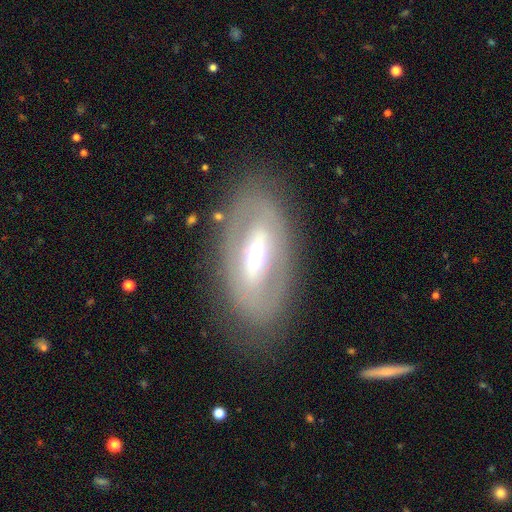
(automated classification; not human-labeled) A featured or disk galaxy (69%) with a strong bar (47%), no spiral arms (70%) and a moderate central bulge (63%). Merging: none (80%).